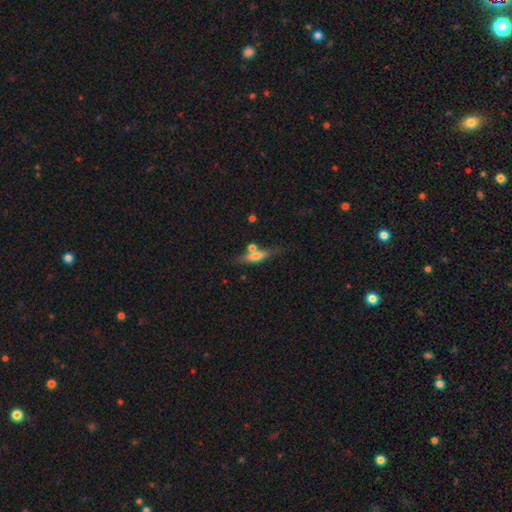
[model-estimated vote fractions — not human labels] Q: Smooth or featured?
A: smooth (58%); runner-up: featured or disk (34%)
Q: How rounded?
A: cigar-shaped (65%); runner-up: in between (31%)
Q: Merging?
A: none (62%); runner-up: merger (17%)